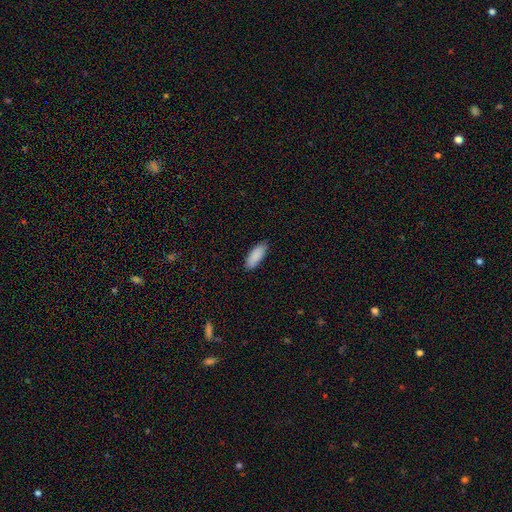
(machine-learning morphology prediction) smooth_or_featured: smooth (p=0.90) [alt: star or artifact p=0.06]
how_rounded: in between (p=0.76) [alt: cigar-shaped p=0.22]
merging: none (p=0.86) [alt: minor disturbance p=0.12]